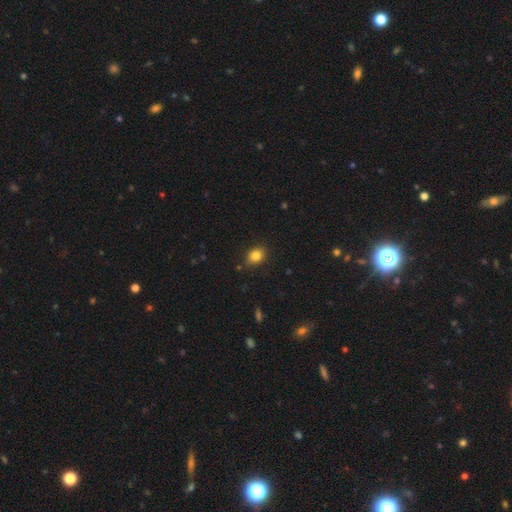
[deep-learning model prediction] Smooth or featured? smooth (83%)
How rounded? in between (51%)
Merging? none (86%)